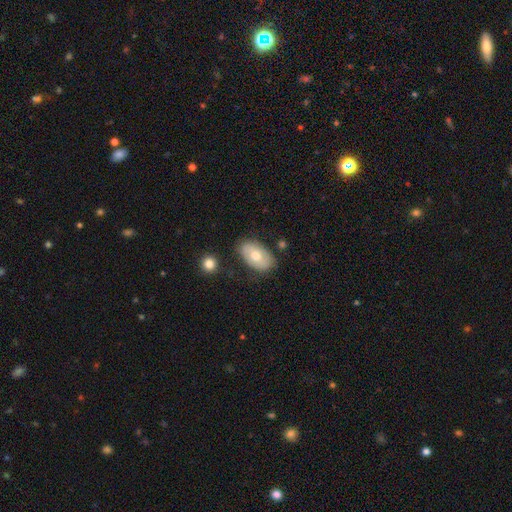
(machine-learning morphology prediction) Smooth or featured? smooth (63%)
How rounded? in between (92%)
Merging? none (76%)